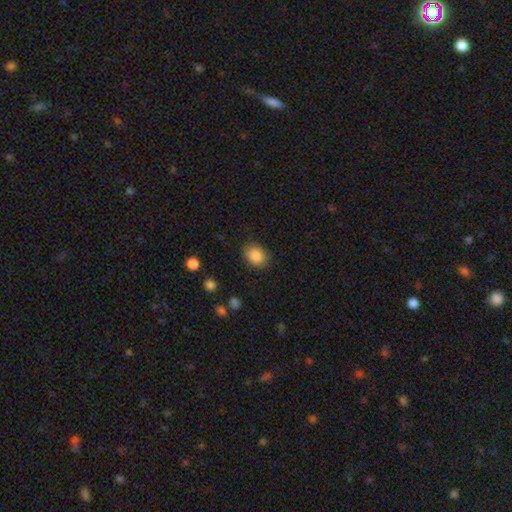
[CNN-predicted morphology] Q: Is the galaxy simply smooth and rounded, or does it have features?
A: smooth — 86%.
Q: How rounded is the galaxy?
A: round — 51%.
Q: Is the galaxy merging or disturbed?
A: none — 84%.